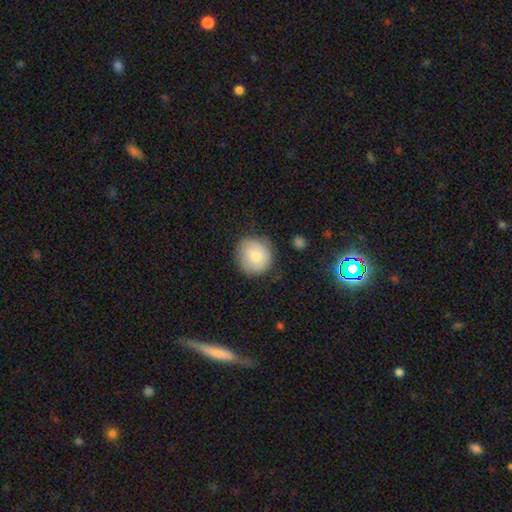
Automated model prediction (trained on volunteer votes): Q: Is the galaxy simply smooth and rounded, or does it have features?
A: smooth — 81%.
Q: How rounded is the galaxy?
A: round — 90%.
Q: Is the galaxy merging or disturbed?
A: none — 76%.